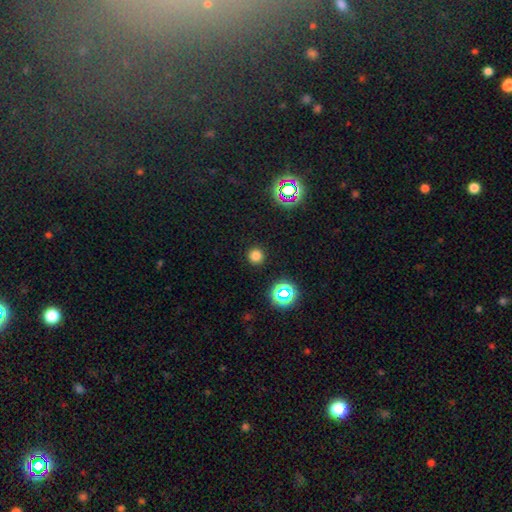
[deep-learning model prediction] smooth_or_featured: smooth (p=0.76) [alt: star or artifact p=0.19]
how_rounded: round (p=0.95) [alt: in between p=0.04]
merging: none (p=0.91) [alt: minor disturbance p=0.05]